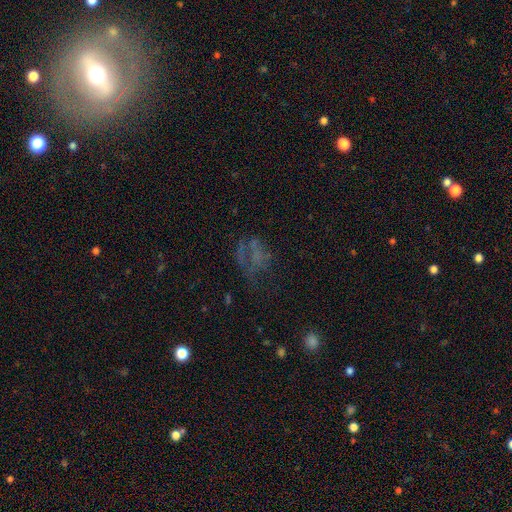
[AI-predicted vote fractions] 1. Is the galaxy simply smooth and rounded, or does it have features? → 40% featured or disk, 30% star or artifact, 30% smooth.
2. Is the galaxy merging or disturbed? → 40% major disturbance, 37% none, 18% minor disturbance, 5% merger.